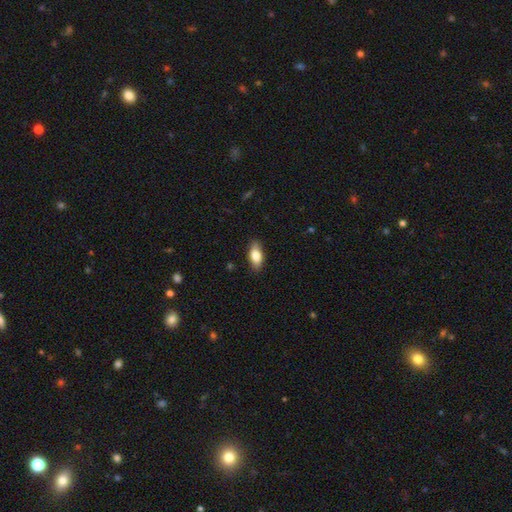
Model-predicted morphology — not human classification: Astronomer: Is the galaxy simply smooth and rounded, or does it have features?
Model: smooth — 80%.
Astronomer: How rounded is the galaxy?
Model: in between — 85%.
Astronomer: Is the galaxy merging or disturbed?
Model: none — 86%.